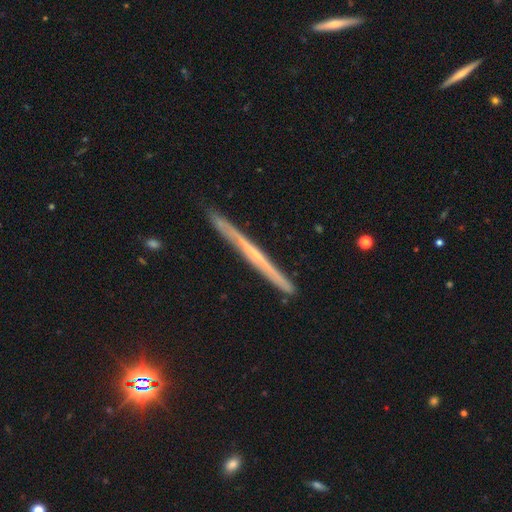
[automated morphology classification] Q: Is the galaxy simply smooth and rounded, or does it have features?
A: featured or disk — 67%.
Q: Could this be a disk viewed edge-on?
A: yes — 97%.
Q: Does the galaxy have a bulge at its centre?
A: none — 72%.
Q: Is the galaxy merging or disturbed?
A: none — 89%.